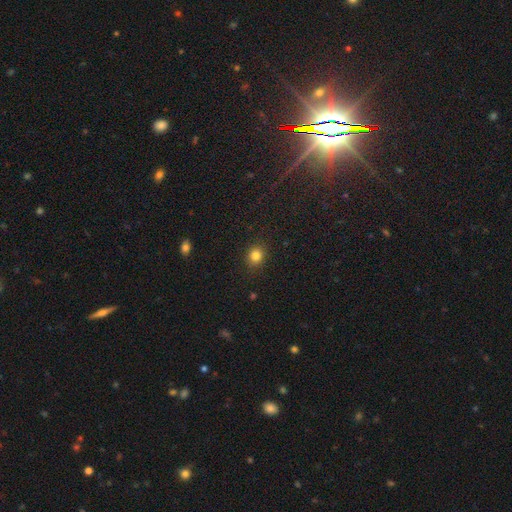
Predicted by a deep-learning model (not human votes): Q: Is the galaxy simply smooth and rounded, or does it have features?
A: smooth — 83%.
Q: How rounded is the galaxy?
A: round — 77%.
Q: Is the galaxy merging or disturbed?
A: none — 89%.